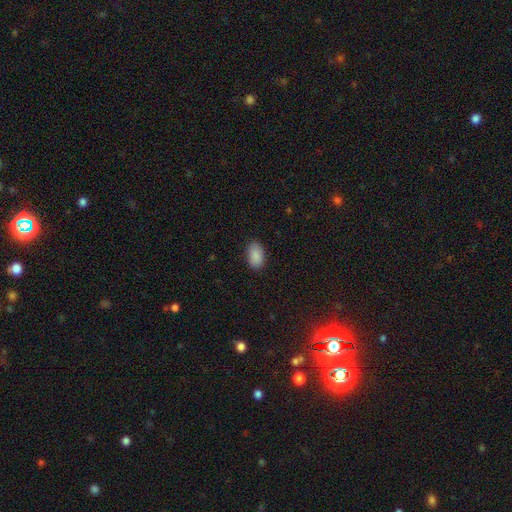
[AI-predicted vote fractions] Smooth or featured: smooth — 89% (star or artifact — 7%)
How rounded: in between — 93% (round — 5%)
Merging: none — 87% (minor disturbance — 10%)